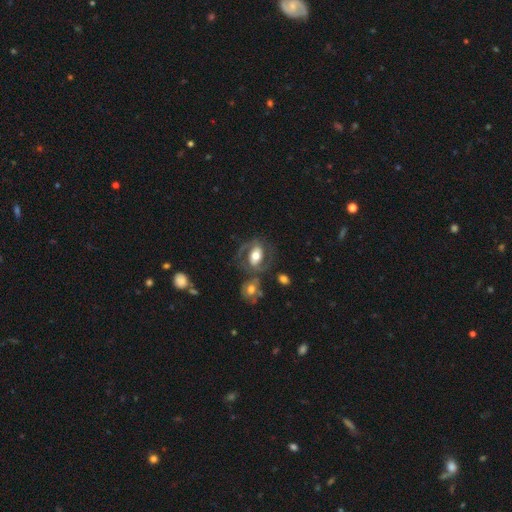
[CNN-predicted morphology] smooth-or-featured: featured or disk: 68% | smooth: 25% | star or artifact: 7%
  disk-edge-on: no: 96% | yes: 4%
    bar: no: 37% | weak: 34% | strong: 29%
    has-spiral-arms: yes: 80% | no: 20%
      spiral-winding: medium: 52% | loose: 24% | tight: 24%
      spiral-arm-count: 2: 86% | can't tell: 6% | 1: 5% | 3: 1% | 4: 1% | more than 4: 1%
    bulge-size: moderate: 59% | large: 29% | small: 7% | dominant: 3% | none: 1%
  merging: none: 55% | merger: 17% | minor disturbance: 16% | major disturbance: 12%